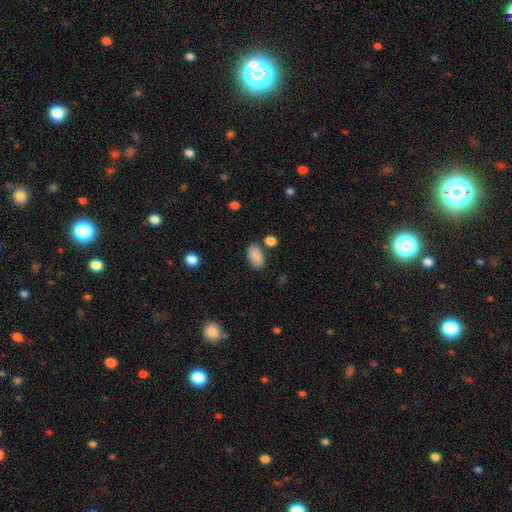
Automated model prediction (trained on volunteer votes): This appears to be a smooth galaxy with no disk features (83%) that is in between round and cigar-shaped (92%). Merging: none (73%).